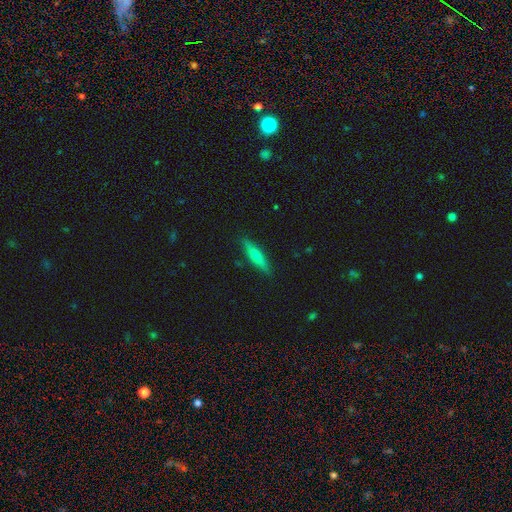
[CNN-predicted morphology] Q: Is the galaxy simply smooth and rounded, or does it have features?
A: smooth — 55%.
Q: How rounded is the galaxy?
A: cigar-shaped — 82%.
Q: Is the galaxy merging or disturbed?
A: none — 88%.